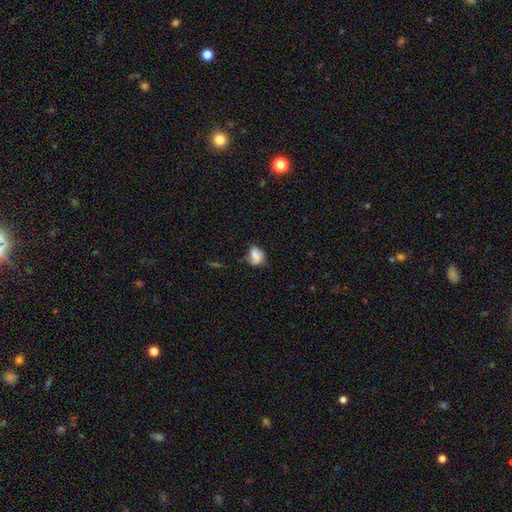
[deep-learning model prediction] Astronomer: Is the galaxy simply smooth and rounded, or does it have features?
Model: smooth — 71%.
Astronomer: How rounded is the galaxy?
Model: in between — 63%.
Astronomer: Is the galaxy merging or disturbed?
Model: none — 51% (runner-up: minor disturbance, 32%).